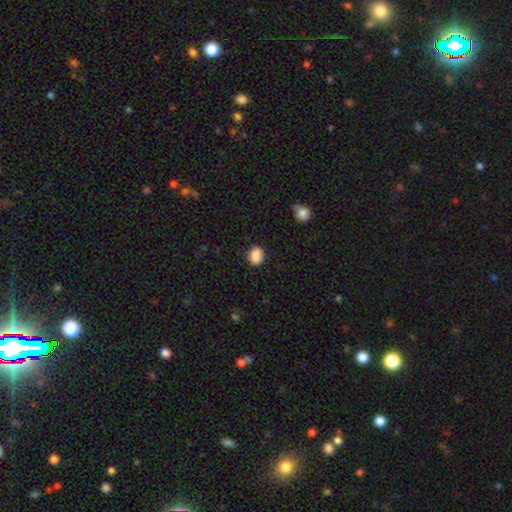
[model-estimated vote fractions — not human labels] Q: Smooth or featured?
A: smooth (89%); runner-up: star or artifact (8%)
Q: How rounded?
A: in between (60%); runner-up: round (39%)
Q: Merging?
A: none (85%); runner-up: minor disturbance (11%)